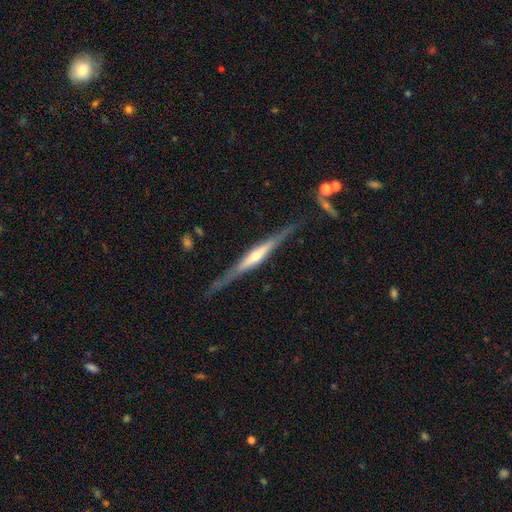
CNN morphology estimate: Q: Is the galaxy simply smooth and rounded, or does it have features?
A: featured or disk — 77%.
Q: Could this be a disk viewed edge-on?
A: yes — 97%.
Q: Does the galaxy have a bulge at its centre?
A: rounded — 61%.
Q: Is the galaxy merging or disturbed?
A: none — 82%.